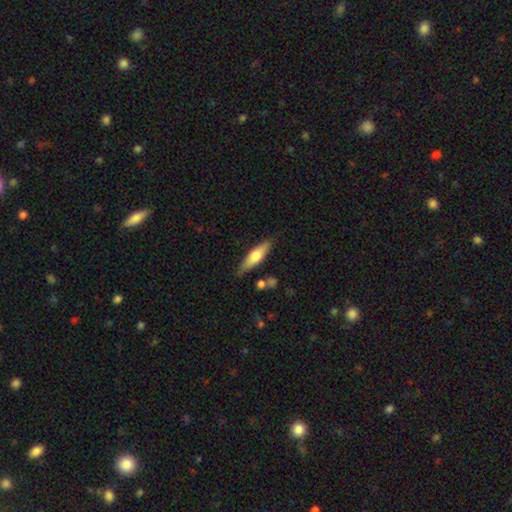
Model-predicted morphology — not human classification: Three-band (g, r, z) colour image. It shows a smooth galaxy with no disk features (52%) that is cigar-shaped (62%). Merging: none (81%).